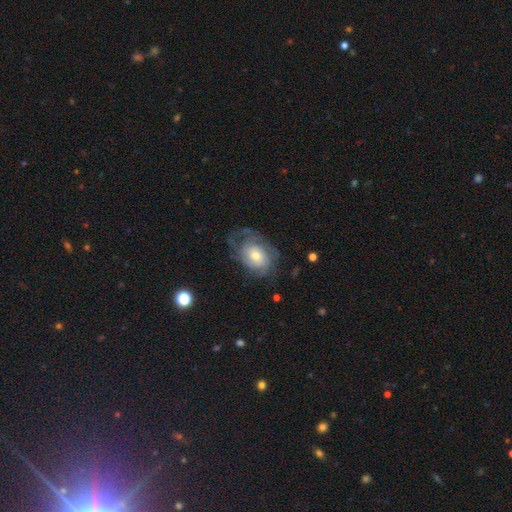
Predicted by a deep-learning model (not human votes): featured or disk 69%, smooth 24%, star or artifact 7%. Down the decision tree: edge-on disk — no (96%); bar — no (73%); spiral arms — yes (84%); spiral arm count — can't tell (50%); spiral winding — tight (55%); bulge size — moderate (54%); merging — none (54%).